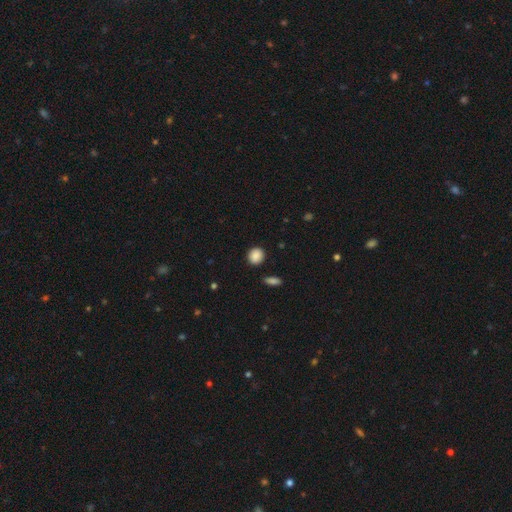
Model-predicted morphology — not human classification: Smooth or featured? Predicted: smooth (p=0.88). How rounded? Predicted: round (p=0.78). Merging? Predicted: none (p=0.88).